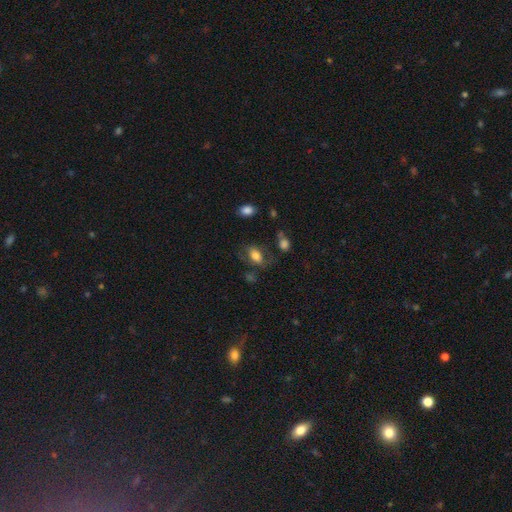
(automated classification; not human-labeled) Smooth or featured?
  - smooth: 69% *
  - featured or disk: 22%
  - star or artifact: 9%
How rounded?
  - in between: 85% *
  - round: 13%
  - cigar-shaped: 2%
Merging?
  - none: 58% *
  - minor disturbance: 20%
  - major disturbance: 15%
  - merger: 6%